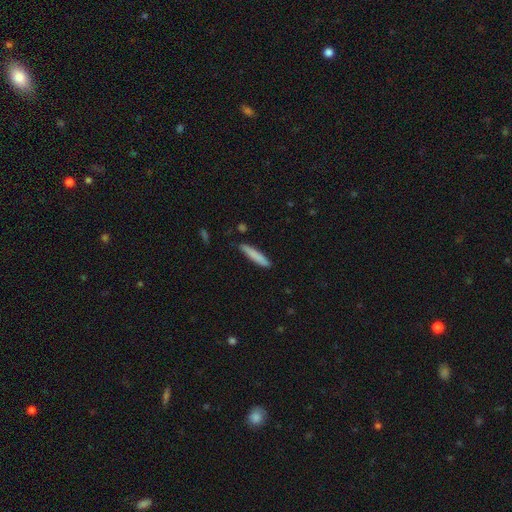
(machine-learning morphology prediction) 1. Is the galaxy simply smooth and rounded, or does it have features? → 80% smooth, 14% featured or disk, 6% star or artifact.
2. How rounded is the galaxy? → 91% cigar-shaped, 8% in between, 1% round.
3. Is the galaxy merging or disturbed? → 80% none, 16% minor disturbance, 2% major disturbance, 2% merger.